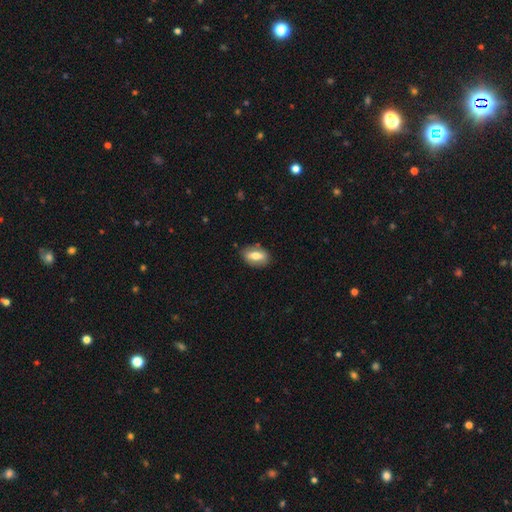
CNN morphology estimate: smooth-or-featured: smooth: 62% | featured or disk: 31% | star or artifact: 7%
  how-rounded: in between: 86% | round: 10% | cigar-shaped: 5%
  merging: none: 83% | minor disturbance: 12% | major disturbance: 3% | merger: 1%